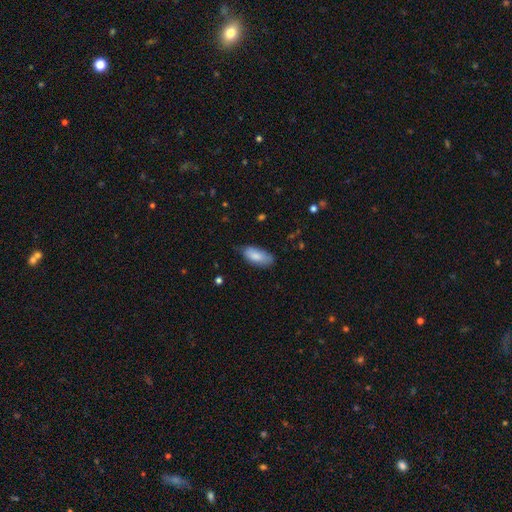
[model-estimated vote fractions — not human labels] Smooth or featured? Predicted: smooth (p=0.83). How rounded? Predicted: in between (p=0.87). Merging? Predicted: none (p=0.66).